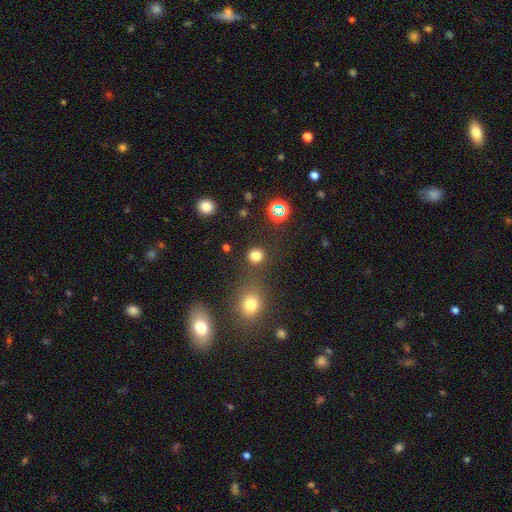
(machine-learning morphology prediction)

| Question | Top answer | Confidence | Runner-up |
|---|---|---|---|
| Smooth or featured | smooth | 77% | star or artifact (18%) |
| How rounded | round | 90% | in between (9%) |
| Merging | none | 83% | minor disturbance (7%) |